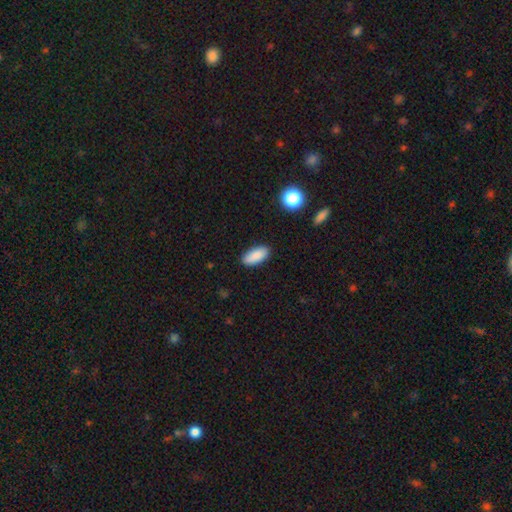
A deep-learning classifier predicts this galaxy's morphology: Smooth or featured: smooth — 89% (star or artifact — 7%)
How rounded: in between — 90% (cigar-shaped — 7%)
Merging: none — 89% (minor disturbance — 8%)